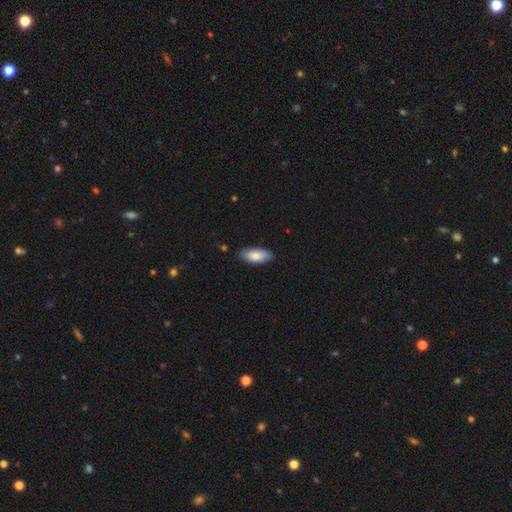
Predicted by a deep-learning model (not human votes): Smooth or featured? smooth (83%)
How rounded? in between (84%)
Merging? none (86%)